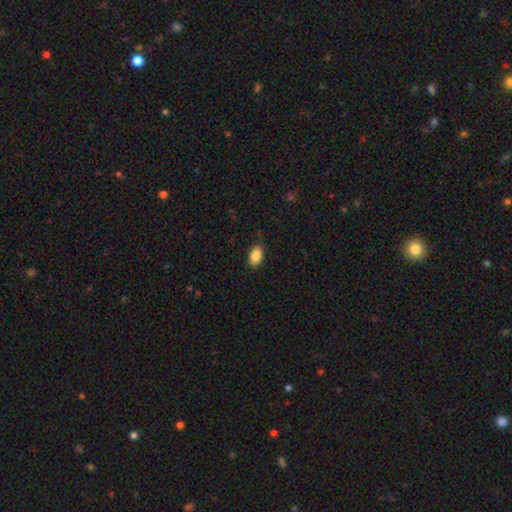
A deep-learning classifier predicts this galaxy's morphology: A smooth galaxy with no disk features (88%) that is in between round and cigar-shaped (92%).

Vote fractions:
- Smooth or featured? smooth: 88% / star or artifact: 7% / featured or disk: 4%
- How rounded? in between: 92% / round: 6% / cigar-shaped: 2%
- Merging? none: 86% / minor disturbance: 11% / major disturbance: 2% / merger: 1%